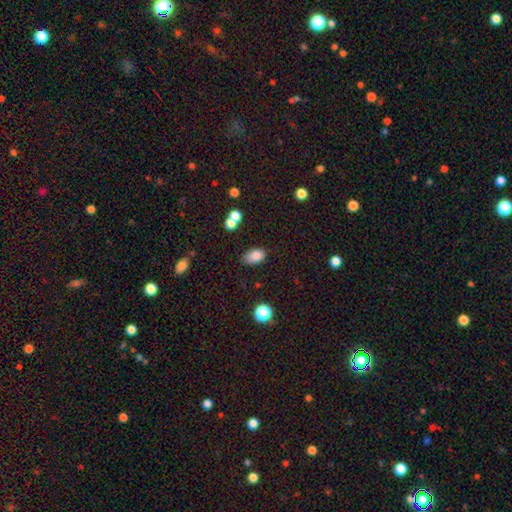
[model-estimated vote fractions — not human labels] A smooth galaxy with no disk features (84%) that is in between round and cigar-shaped (90%). Merging: none (67%).